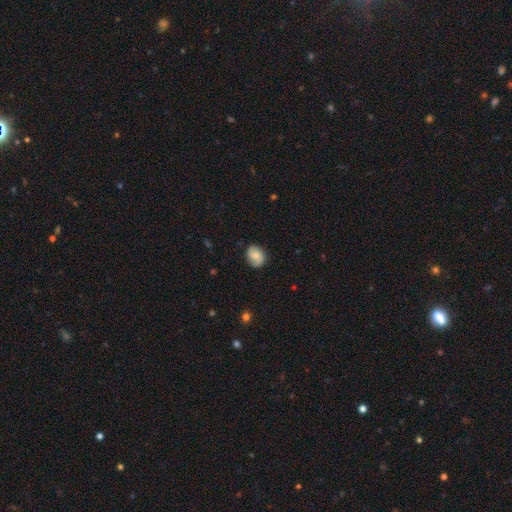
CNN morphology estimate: Q: Smooth or featured?
A: smooth (65%); runner-up: featured or disk (27%)
Q: How rounded?
A: in between (54%); runner-up: round (45%)
Q: Merging?
A: none (80%); runner-up: minor disturbance (16%)